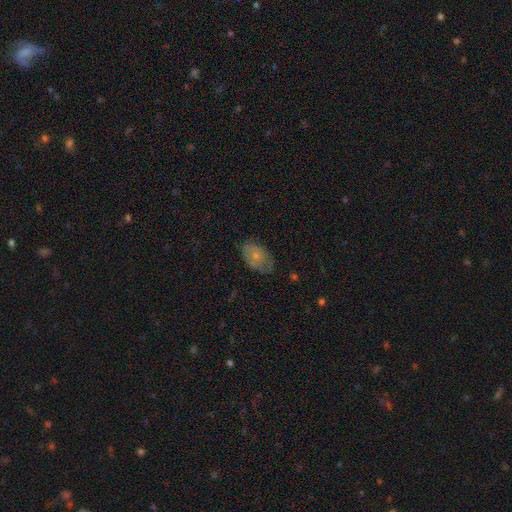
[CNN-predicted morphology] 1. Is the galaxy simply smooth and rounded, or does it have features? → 64% smooth, 27% featured or disk, 8% star or artifact.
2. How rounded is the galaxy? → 87% in between, 12% round, 2% cigar-shaped.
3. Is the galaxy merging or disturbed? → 61% none, 28% minor disturbance, 9% major disturbance, 1% merger.